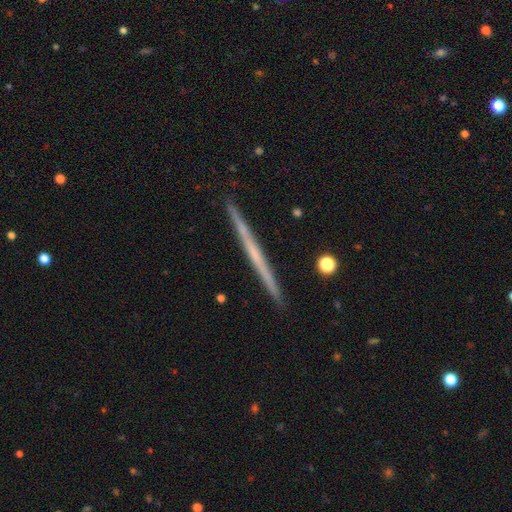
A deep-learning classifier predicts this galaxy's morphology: A featured or disk galaxy (60%) viewed edge-on (98%) with no central bulge (89%). Merging: none (92%).